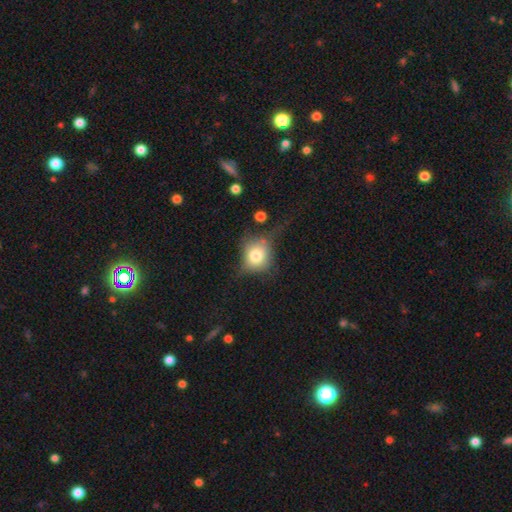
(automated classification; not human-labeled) A smooth galaxy with no disk features (67%) that is round (72%).

Vote fractions:
- Smooth or featured? smooth: 67% / featured or disk: 22% / star or artifact: 11%
- How rounded? round: 72% / in between: 26% / cigar-shaped: 1%
- Merging? none: 42% / minor disturbance: 28% / major disturbance: 24% / merger: 5%